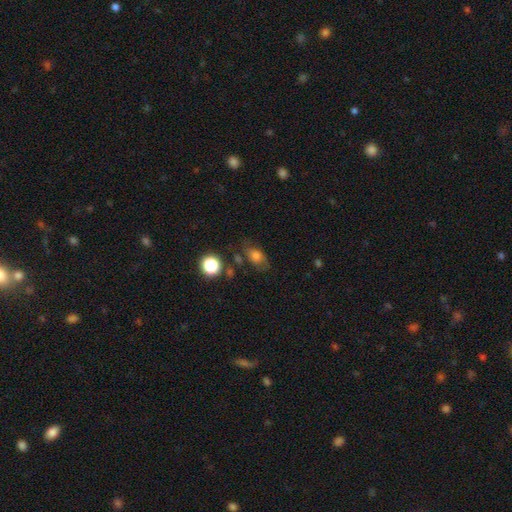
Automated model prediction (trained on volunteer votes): Smooth or featured?
  - smooth: 63% *
  - featured or disk: 21%
  - star or artifact: 15%
How rounded?
  - in between: 73% *
  - round: 23%
  - cigar-shaped: 3%
Merging?
  - none: 59% *
  - minor disturbance: 24%
  - major disturbance: 12%
  - merger: 5%